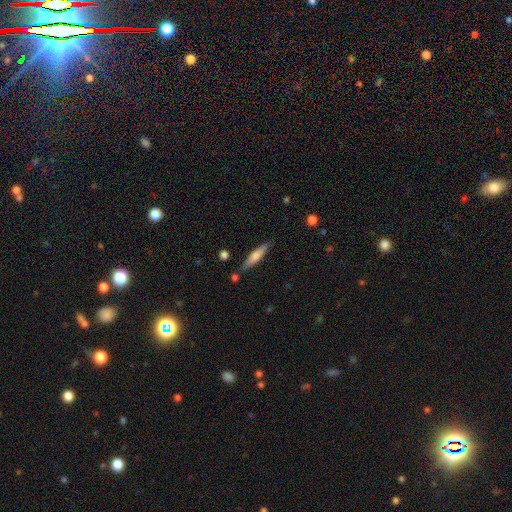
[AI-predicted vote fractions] smooth-or-featured: smooth: 53% | featured or disk: 41% | star or artifact: 6%
  how-rounded: cigar-shaped: 86% | in between: 12% | round: 2%
  merging: none: 83% | minor disturbance: 11% | merger: 4% | major disturbance: 2%